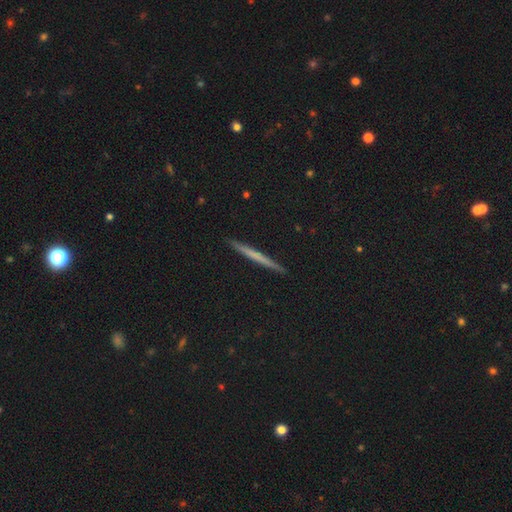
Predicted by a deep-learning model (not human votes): A smooth galaxy with no disk features (49%).

Vote fractions:
- Smooth or featured? smooth: 49% / featured or disk: 43% / star or artifact: 8%
- Merging? none: 93% / minor disturbance: 5% / major disturbance: 1% / merger: 1%